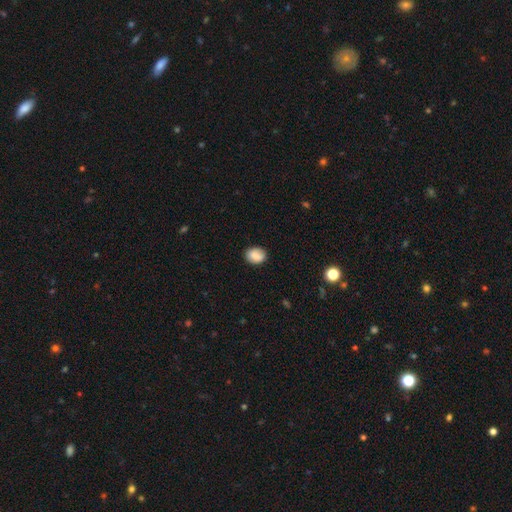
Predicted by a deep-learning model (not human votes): A smooth galaxy with no disk features (82%) that is in between round and cigar-shaped (51%). Merging: none (82%).